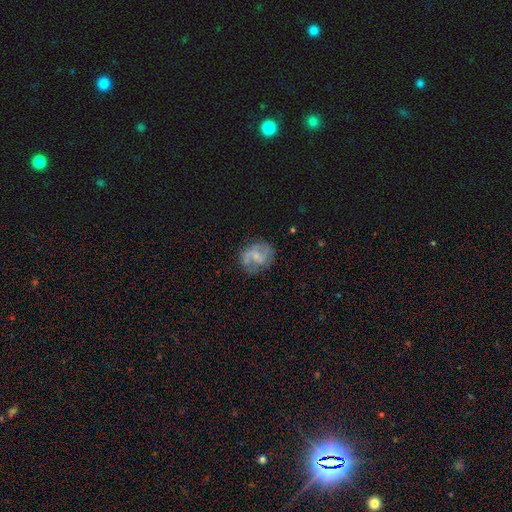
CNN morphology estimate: Smooth or featured?
  - featured or disk: 65% *
  - smooth: 28%
  - star or artifact: 8%
Edge-on disk?
  - no: 98% *
  - yes: 2%
Bar?
  - weak: 47% *
  - no: 44%
  - strong: 9%
Spiral arms?
  - yes: 84% *
  - no: 16%
Spiral winding?
  - medium: 47% *
  - loose: 32%
  - tight: 22%
Spiral arm count?
  - 2: 73% *
  - can't tell: 14%
  - 1: 6%
  - 3: 4%
  - 4: 2%
  - more than 4: 1%
Bulge size?
  - small: 53% *
  - moderate: 24%
  - none: 21%
  - large: 2%
  - dominant: 1%
Merging?
  - none: 65% *
  - minor disturbance: 22%
  - major disturbance: 12%
  - merger: 2%